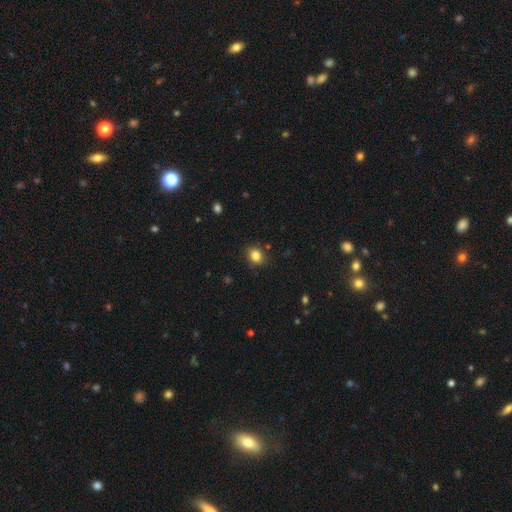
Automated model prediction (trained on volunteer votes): A smooth galaxy with no disk features (84%) that is round (58%). Merging: none (84%).